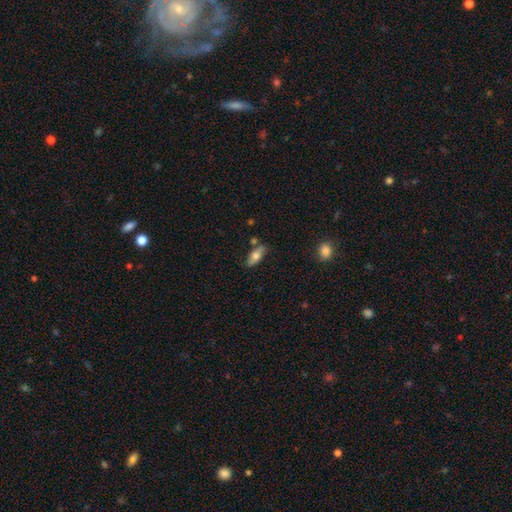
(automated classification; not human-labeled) Smooth or featured? Predicted: smooth (p=0.62). How rounded? Predicted: in between (p=0.70). Merging? Predicted: none (p=0.75).